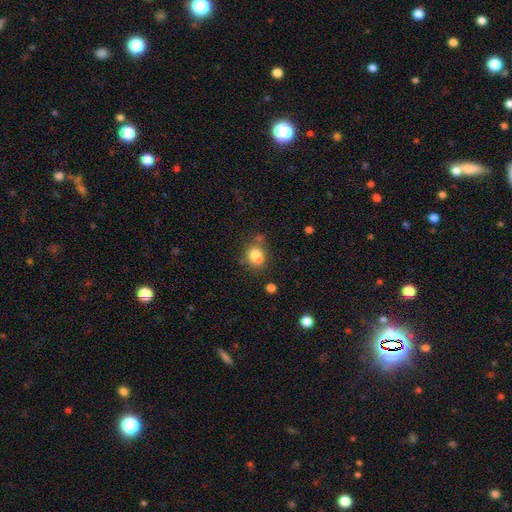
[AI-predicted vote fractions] smooth-or-featured: smooth: 81% | star or artifact: 11% | featured or disk: 8%
  how-rounded: in between: 52% | round: 47% | cigar-shaped: 1%
  merging: none: 59% | minor disturbance: 20% | merger: 14% | major disturbance: 7%